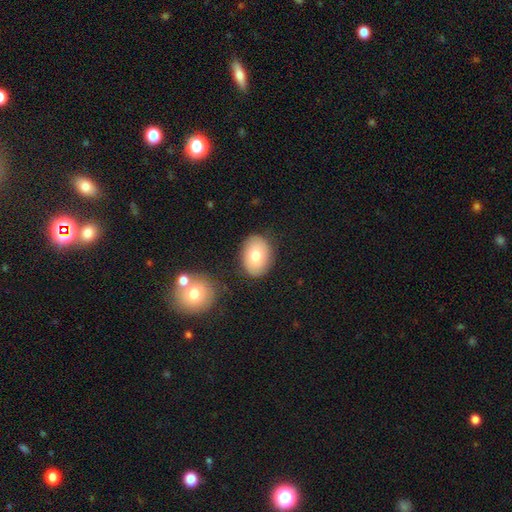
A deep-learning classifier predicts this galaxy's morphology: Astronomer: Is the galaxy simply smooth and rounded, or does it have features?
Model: smooth — 78%.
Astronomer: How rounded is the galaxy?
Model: in between — 77%.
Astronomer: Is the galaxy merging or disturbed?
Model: none — 83%.